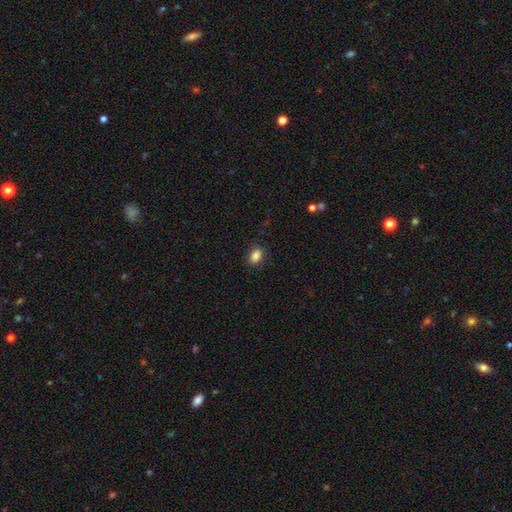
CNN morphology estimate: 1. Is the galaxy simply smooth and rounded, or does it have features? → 87% smooth, 9% star or artifact, 4% featured or disk.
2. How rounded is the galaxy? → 79% in between, 19% round, 1% cigar-shaped.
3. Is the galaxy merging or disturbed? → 86% none, 10% minor disturbance, 3% major disturbance, 1% merger.